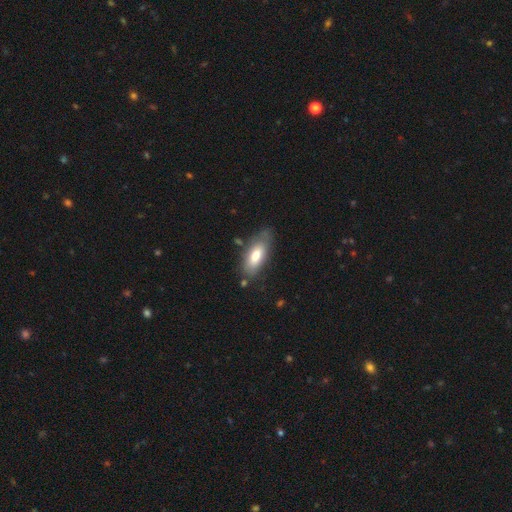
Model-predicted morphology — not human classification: type=smooth (74%); roundness=in between (81%); merging=none (71%).